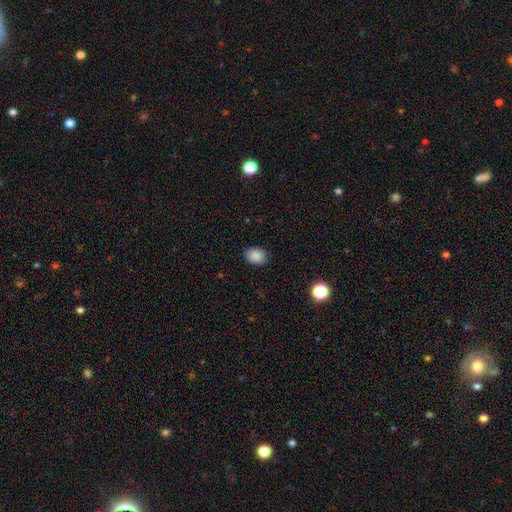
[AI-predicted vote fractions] Smooth or featured? smooth (87%)
How rounded? in between (54%)
Merging? none (88%)